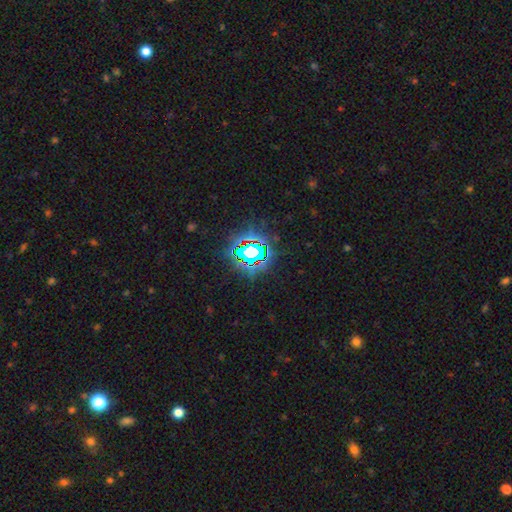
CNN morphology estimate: This appears to be a star or artifact, not a galaxy (80%).